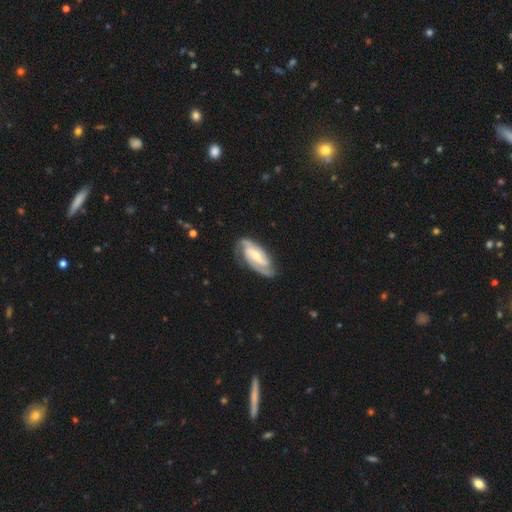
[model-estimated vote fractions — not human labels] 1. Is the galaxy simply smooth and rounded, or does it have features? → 85% featured or disk, 11% smooth, 4% star or artifact.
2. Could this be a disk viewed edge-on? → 94% no, 6% yes.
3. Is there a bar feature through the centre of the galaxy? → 41% weak, 33% strong, 26% no.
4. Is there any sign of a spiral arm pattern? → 96% yes, 4% no.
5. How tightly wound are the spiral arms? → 44% medium (tied), 44% tight (tied), 13% loose.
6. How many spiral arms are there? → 77% 2, 9% 3, 8% can't tell, 2% 1, 2% 4, 2% more than 4.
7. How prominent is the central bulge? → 49% small, 46% moderate, 3% large, 2% none, 1% dominant.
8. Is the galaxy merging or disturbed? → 79% none, 16% minor disturbance, 4% major disturbance, 1% merger.